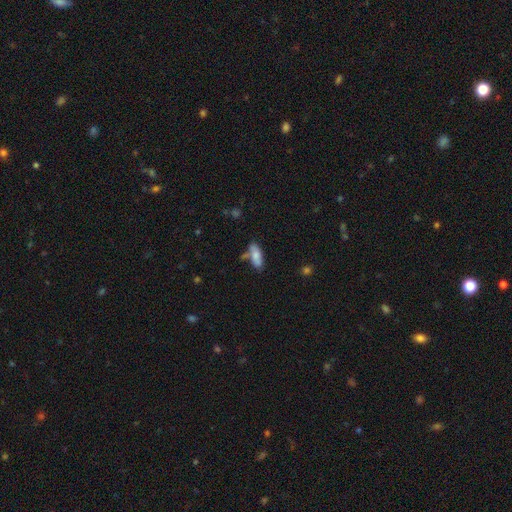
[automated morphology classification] Overall: smooth (76%). How rounded: in between (74%). Merging: none (55%; minor disturbance 23%).